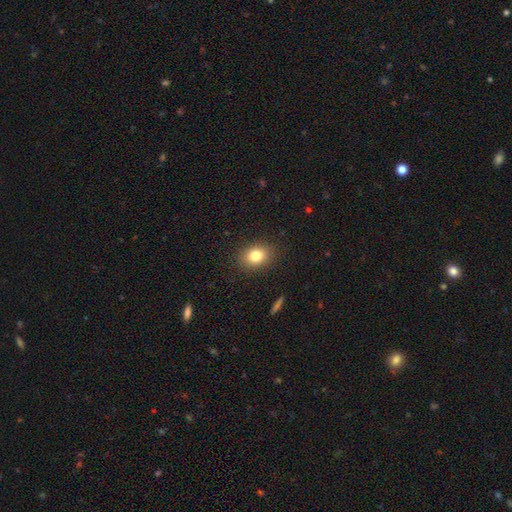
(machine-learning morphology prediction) This appears to be a smooth galaxy with no disk features (81%) that is in between round and cigar-shaped (59%). Merging: none (87%).